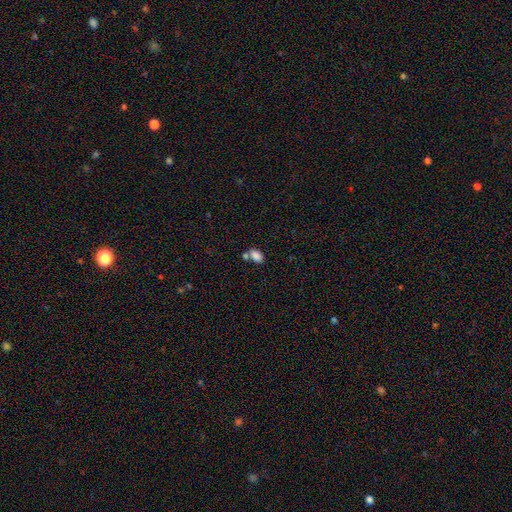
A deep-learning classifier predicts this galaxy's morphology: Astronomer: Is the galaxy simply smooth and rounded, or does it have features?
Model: smooth — 84%.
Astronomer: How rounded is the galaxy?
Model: in between — 88%.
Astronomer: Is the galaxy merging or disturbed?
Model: none — 54% (runner-up: merger, 30%).